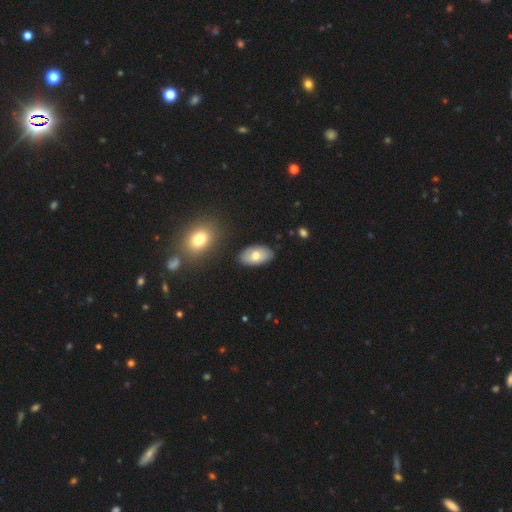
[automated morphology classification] This is likely a smooth galaxy (68%). How rounded: clearly in between (94%). Merging: clearly none (83%).